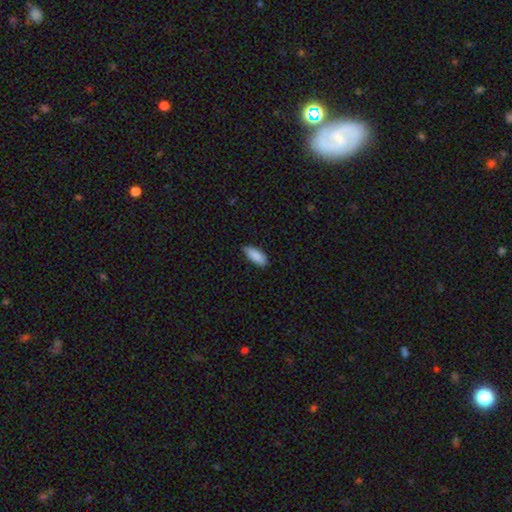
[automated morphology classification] A smooth galaxy with no disk features (89%) that is in between round and cigar-shaped (79%). Merging: none (74%).